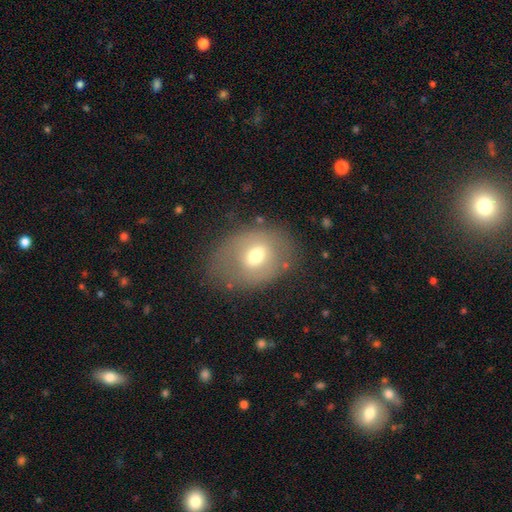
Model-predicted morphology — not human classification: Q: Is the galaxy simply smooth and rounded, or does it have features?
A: smooth — 58%.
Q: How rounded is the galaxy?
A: in between — 63%.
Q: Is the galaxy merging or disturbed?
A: none — 69%.